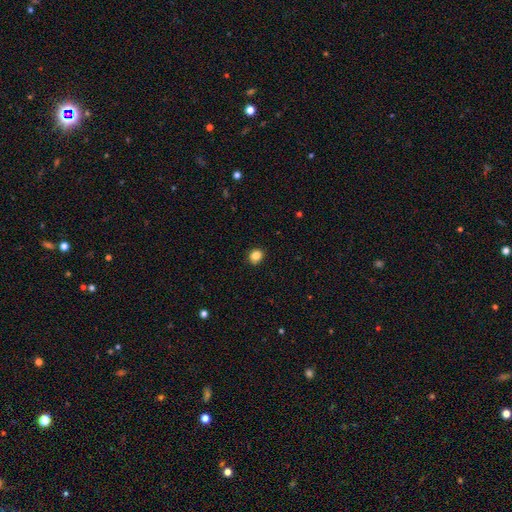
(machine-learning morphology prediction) A smooth galaxy with no disk features (85%) that is round (71%). Merging: none (89%).